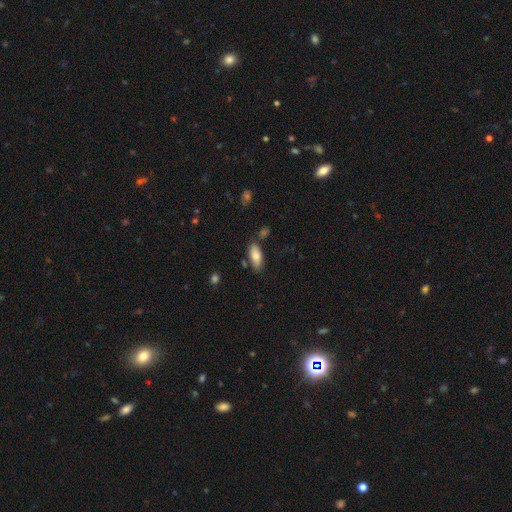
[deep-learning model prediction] Morphology: type=smooth (81%); roundness=in between (85%); merging=none (75%).